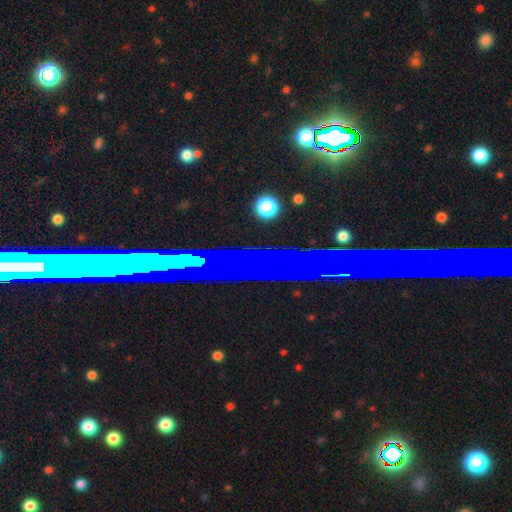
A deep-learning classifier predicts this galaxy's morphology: smooth-or-featured: star or artifact: 68% | featured or disk: 21% | smooth: 11%